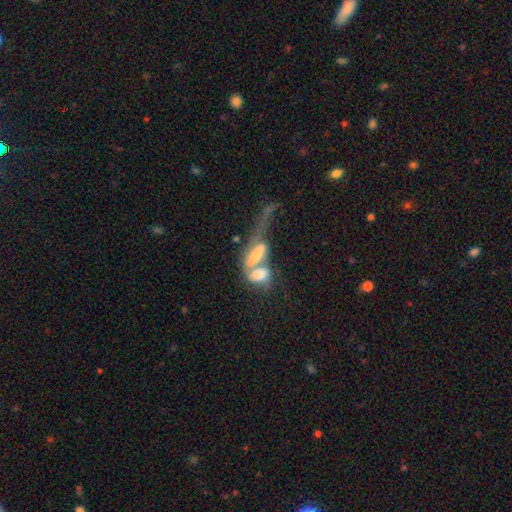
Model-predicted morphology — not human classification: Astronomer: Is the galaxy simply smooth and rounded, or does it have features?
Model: featured or disk — 45% (runner-up: smooth, 44%).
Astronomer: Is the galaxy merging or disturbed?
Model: merger — 70%.